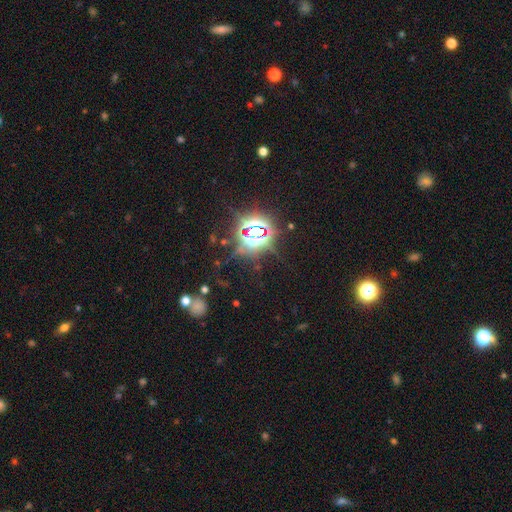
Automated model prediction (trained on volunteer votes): The model was most divided on "smooth or featured": star or artifact: 81%, smooth: 13%, featured or disk: 6%.